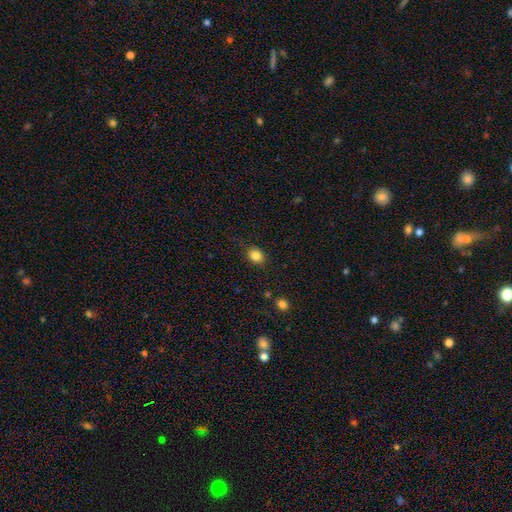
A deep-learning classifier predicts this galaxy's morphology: The model was most divided on "how rounded": round: 60%, in between: 40%, cigar-shaped: 1%. More confident: merging — none (86%); smooth or featured — smooth (83%).